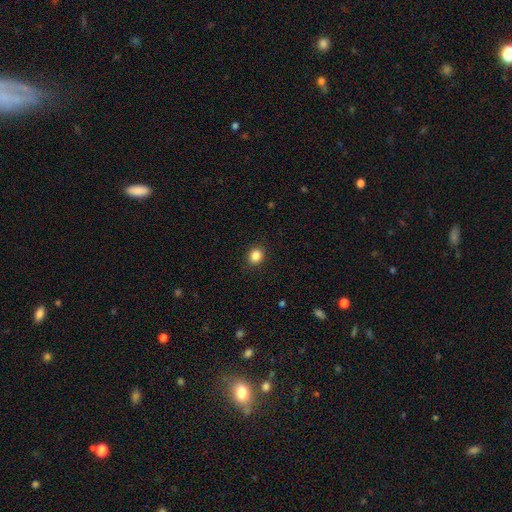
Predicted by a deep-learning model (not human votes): Smooth or featured? Predicted: smooth (p=0.86). How rounded? Predicted: round (p=0.72). Merging? Predicted: none (p=0.91).